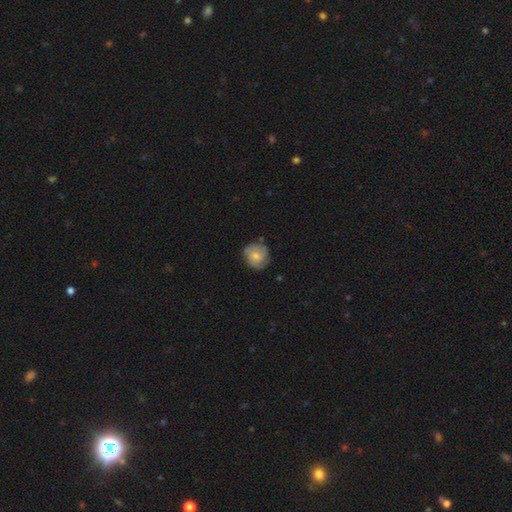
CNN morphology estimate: A smooth galaxy with no disk features (59%) that is round (81%).

Vote fractions:
- Smooth or featured? smooth: 59% / featured or disk: 34% / star or artifact: 7%
- How rounded? round: 81% / in between: 18% / cigar-shaped: 1%
- Merging? none: 70% / minor disturbance: 23% / major disturbance: 5% / merger: 2%